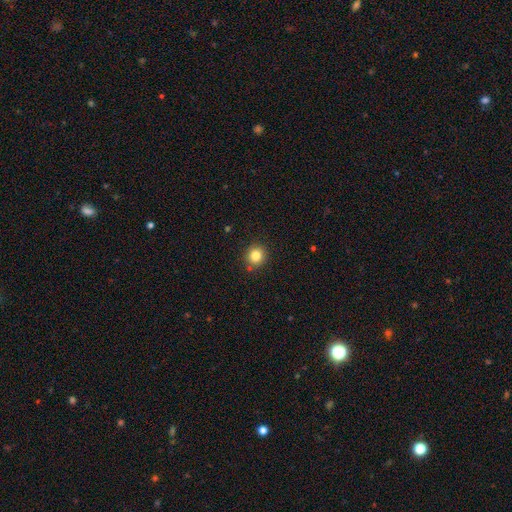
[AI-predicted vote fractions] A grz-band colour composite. It shows a smooth galaxy with no disk features (83%) that is round (91%). Merging: none (88%).